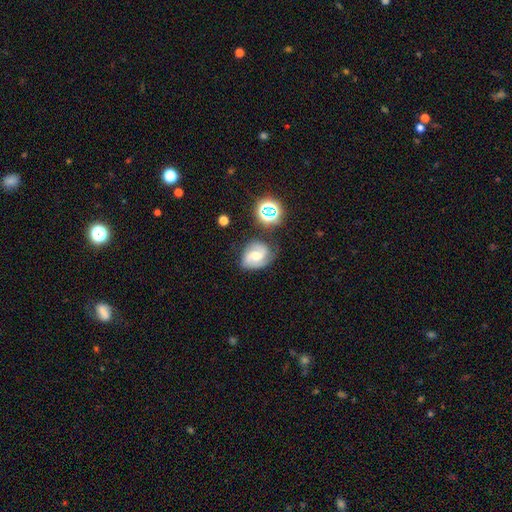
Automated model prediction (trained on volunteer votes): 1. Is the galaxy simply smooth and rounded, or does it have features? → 72% featured or disk, 18% smooth, 10% star or artifact.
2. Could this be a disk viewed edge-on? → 97% no, 3% yes.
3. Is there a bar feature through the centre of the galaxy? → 46% weak, 41% no, 13% strong.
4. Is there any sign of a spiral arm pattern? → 94% yes, 6% no.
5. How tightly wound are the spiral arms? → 48% medium, 34% tight, 17% loose.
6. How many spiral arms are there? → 77% 2, 9% can't tell, 6% 3, 4% 1, 1% 4, 1% more than 4.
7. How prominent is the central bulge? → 61% moderate, 30% small, 5% large, 3% none, 1% dominant.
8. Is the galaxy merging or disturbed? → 70% none, 20% minor disturbance, 7% major disturbance, 4% merger.